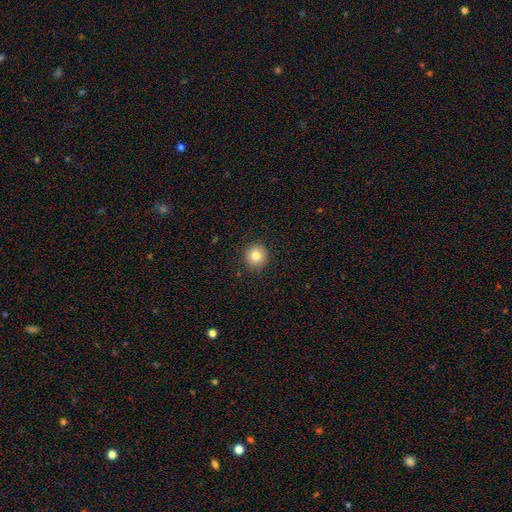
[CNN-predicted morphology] A smooth galaxy with no disk features (82%) that is round (95%). Merging: none (92%).